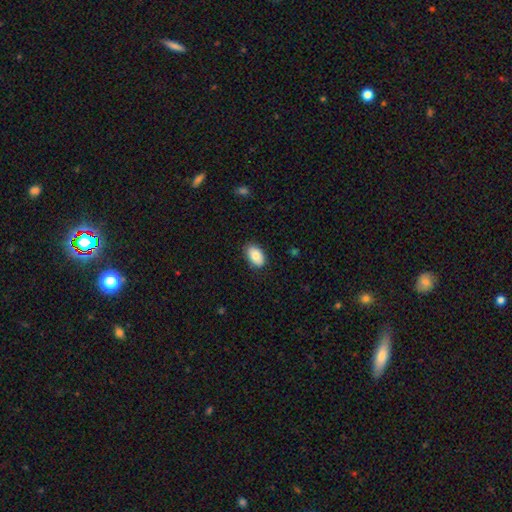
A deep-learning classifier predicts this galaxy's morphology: smooth_or_featured: smooth (p=0.82) [alt: featured or disk p=0.11]
how_rounded: in between (p=0.91) [alt: round p=0.07]
merging: none (p=0.83) [alt: minor disturbance p=0.14]